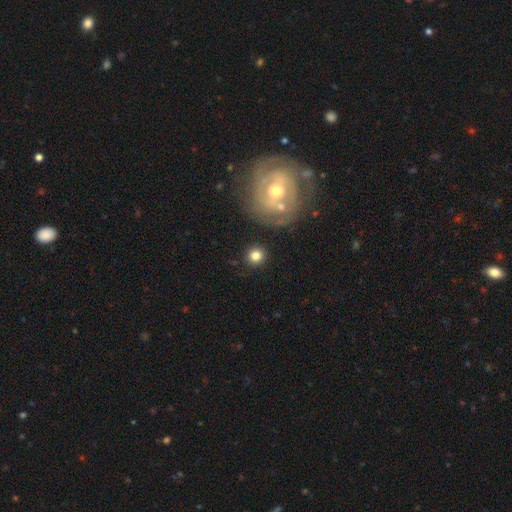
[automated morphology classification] smooth_or_featured: smooth (p=0.80) [alt: featured or disk p=0.10]
how_rounded: round (p=0.93) [alt: in between p=0.06]
merging: none (p=0.87) [alt: minor disturbance p=0.06]